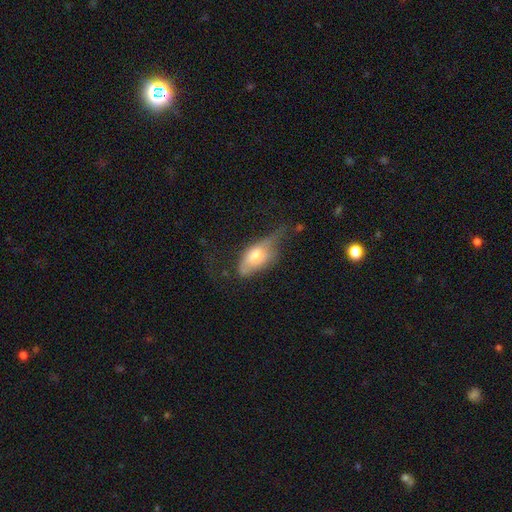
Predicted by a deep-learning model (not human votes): smooth 58%, featured or disk 35%, star or artifact 8%. Down the decision tree: how rounded — in between (84%); merging — minor disturbance (36%).